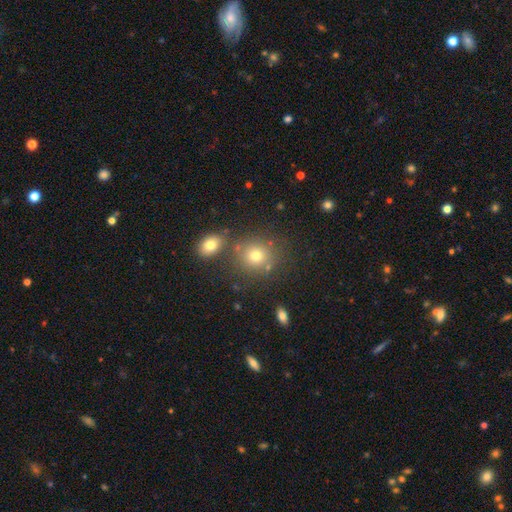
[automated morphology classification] The model was most divided on "smooth or featured": smooth: 73%, star or artifact: 16%, featured or disk: 11%. More confident: how rounded — round (81%); merging — none (73%).